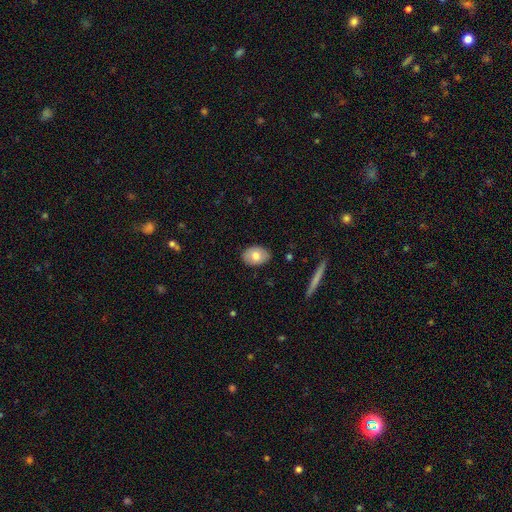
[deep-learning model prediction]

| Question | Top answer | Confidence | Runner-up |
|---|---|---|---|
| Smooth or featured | smooth | 73% | featured or disk (20%) |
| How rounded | in between | 85% | round (13%) |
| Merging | none | 87% | minor disturbance (10%) |